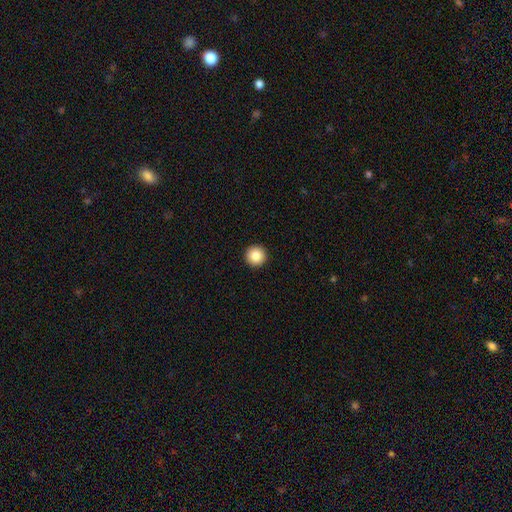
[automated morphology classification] Smooth or featured: smooth — 86% (star or artifact — 9%)
How rounded: round — 97% (in between — 2%)
Merging: none — 94% (minor disturbance — 4%)